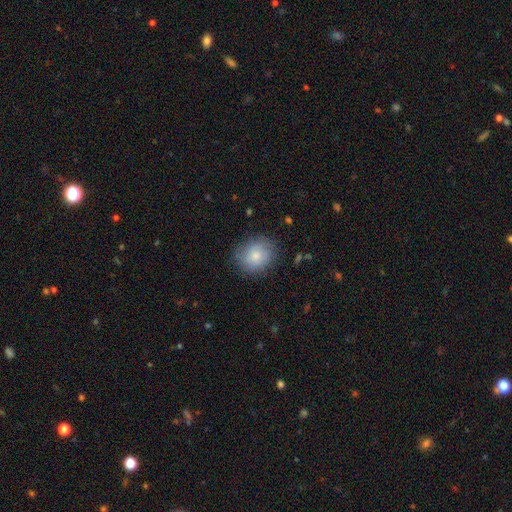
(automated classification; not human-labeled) smooth 79%, featured or disk 14%, star or artifact 7%. Down the decision tree: how rounded — round (72%); merging — none (78%).